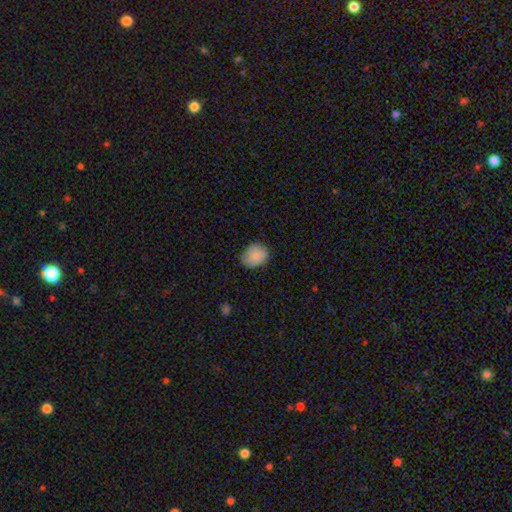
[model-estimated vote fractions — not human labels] Smooth or featured?
  - smooth: 86% *
  - star or artifact: 7%
  - featured or disk: 7%
How rounded?
  - round: 53% *
  - in between: 46%
  - cigar-shaped: 1%
Merging?
  - none: 77% *
  - minor disturbance: 19%
  - major disturbance: 3%
  - merger: 1%